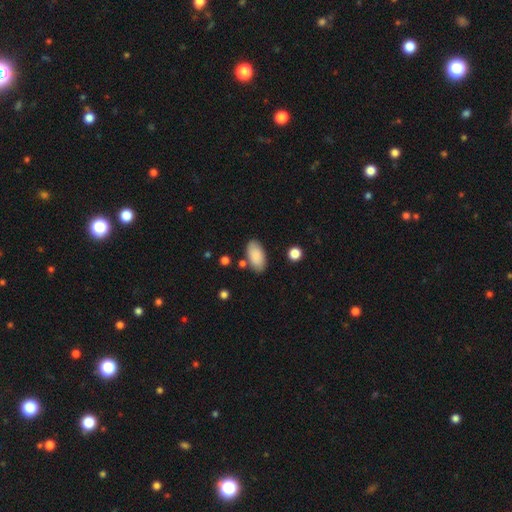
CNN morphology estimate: Smooth or featured? smooth (88%)
How rounded? in between (94%)
Merging? none (81%)